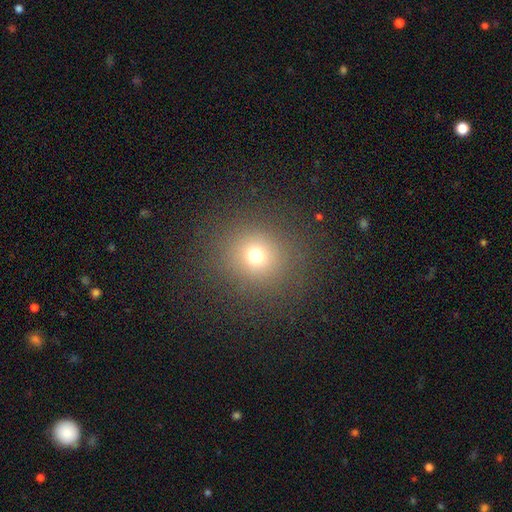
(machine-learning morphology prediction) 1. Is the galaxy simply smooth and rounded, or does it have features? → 70% smooth, 20% star or artifact, 10% featured or disk.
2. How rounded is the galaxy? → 87% round, 12% in between, 1% cigar-shaped.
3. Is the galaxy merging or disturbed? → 86% none, 8% minor disturbance, 5% major disturbance, 1% merger.